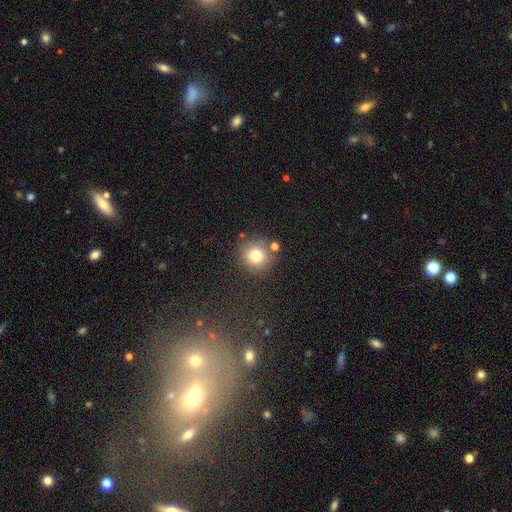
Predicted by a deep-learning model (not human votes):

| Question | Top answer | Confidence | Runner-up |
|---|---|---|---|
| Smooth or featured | smooth | 78% | star or artifact (13%) |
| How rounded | round | 91% | in between (8%) |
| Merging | none | 77% | minor disturbance (10%) |